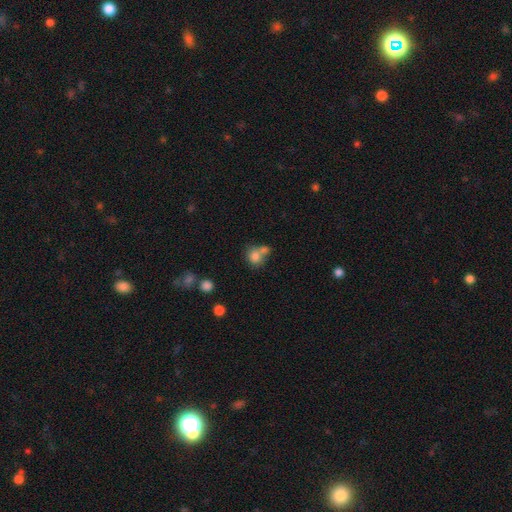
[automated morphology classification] smooth-or-featured: smooth: 79% | featured or disk: 10% | star or artifact: 10%
  how-rounded: round: 70% | in between: 29% | cigar-shaped: 1%
  merging: merger: 47% | none: 39% | minor disturbance: 10% | major disturbance: 5%